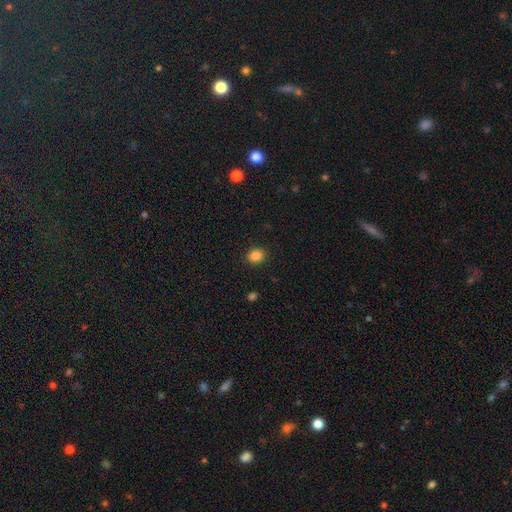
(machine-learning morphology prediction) Smooth or featured? Predicted: smooth (p=0.86). How rounded? Predicted: round (p=0.59). Merging? Predicted: none (p=0.90).